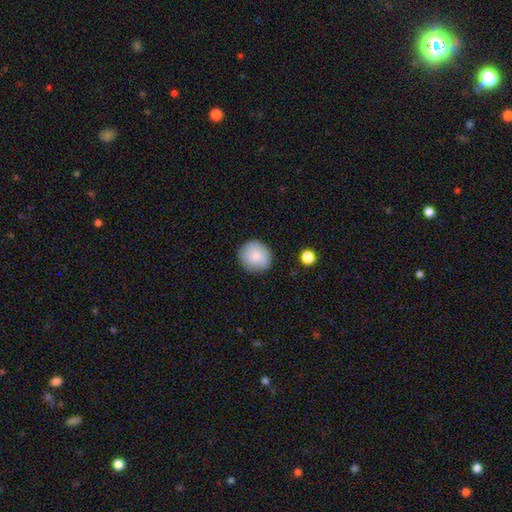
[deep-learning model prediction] A smooth galaxy with no disk features (79%) that is round (86%). Merging: none (84%).